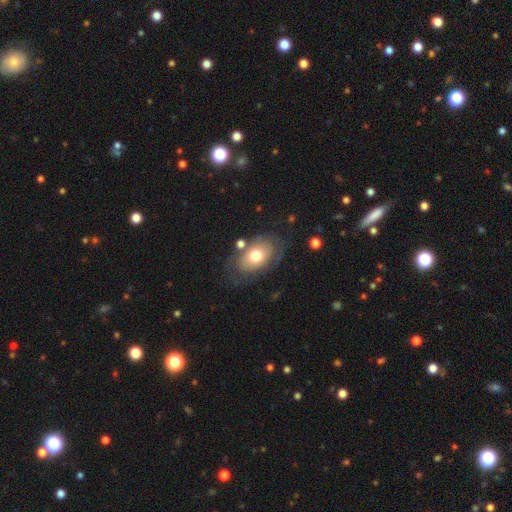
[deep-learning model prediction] smooth-or-featured: smooth: 52% | featured or disk: 40% | star or artifact: 7%
  how-rounded: in between: 84% | round: 14% | cigar-shaped: 1%
  merging: none: 61% | minor disturbance: 21% | major disturbance: 12% | merger: 6%